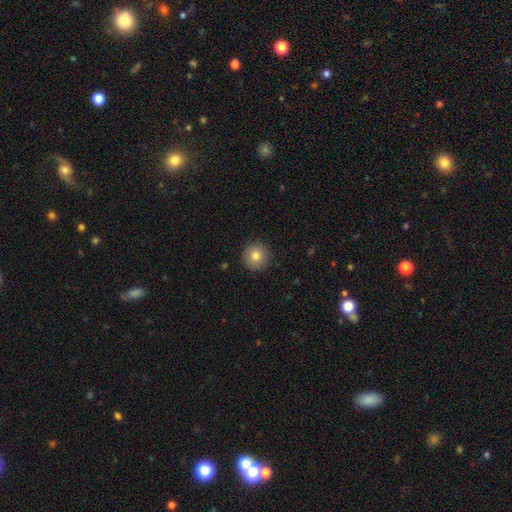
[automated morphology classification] This appears to be a smooth galaxy with no disk features (81%) that is round (95%). Merging: none (91%).